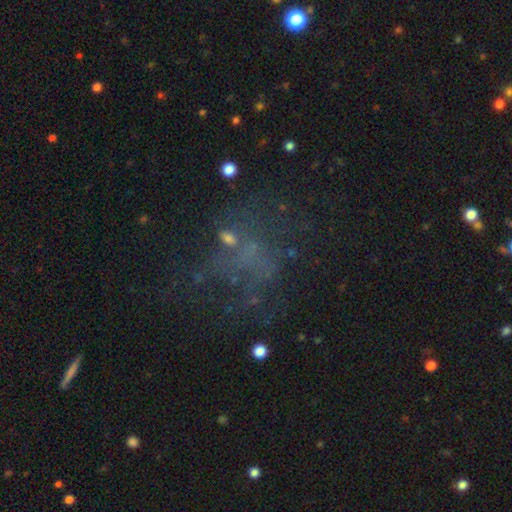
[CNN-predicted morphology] This appears to be a featured or disk galaxy (40%). Merging: none (48%).